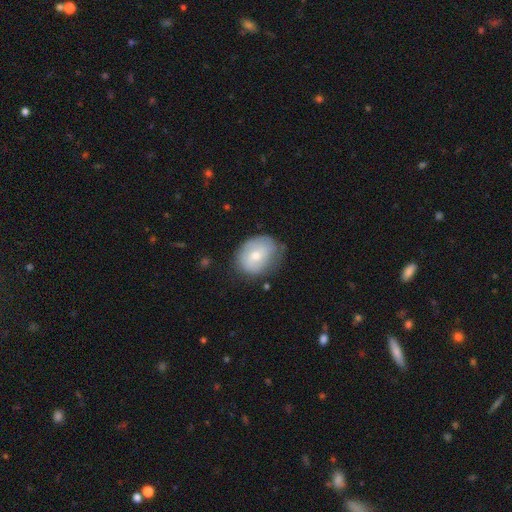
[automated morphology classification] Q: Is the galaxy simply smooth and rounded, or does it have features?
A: smooth — 56%.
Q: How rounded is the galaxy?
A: in between — 53%.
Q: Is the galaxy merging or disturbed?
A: none — 62%.